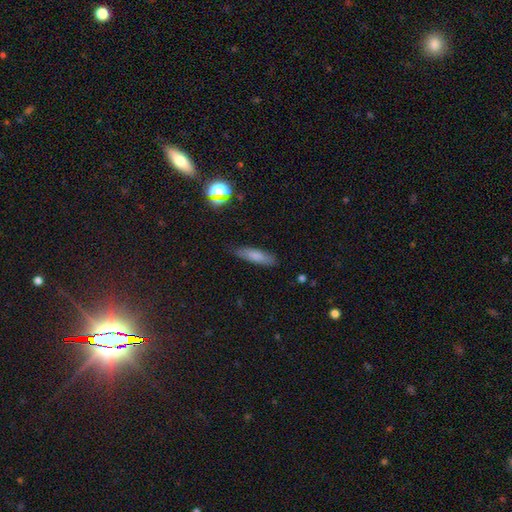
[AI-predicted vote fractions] Smooth or featured: smooth — 77% (featured or disk — 15%)
How rounded: cigar-shaped — 68% (in between — 30%)
Merging: none — 82% (minor disturbance — 14%)